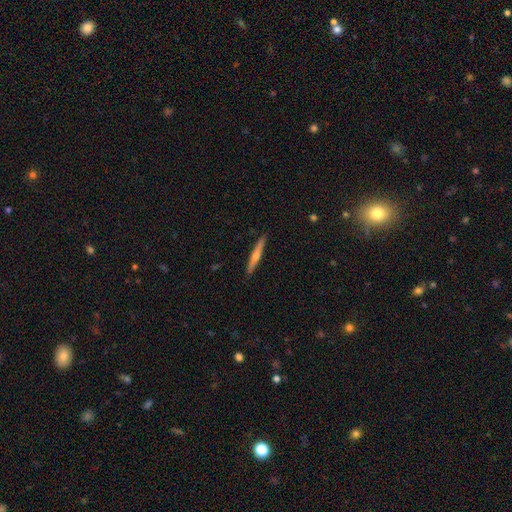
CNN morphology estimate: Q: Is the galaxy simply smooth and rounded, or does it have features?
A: featured or disk — 61%.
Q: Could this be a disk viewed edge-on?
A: yes — 97%.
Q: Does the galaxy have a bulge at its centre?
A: rounded — 82%.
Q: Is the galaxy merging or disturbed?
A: none — 91%.